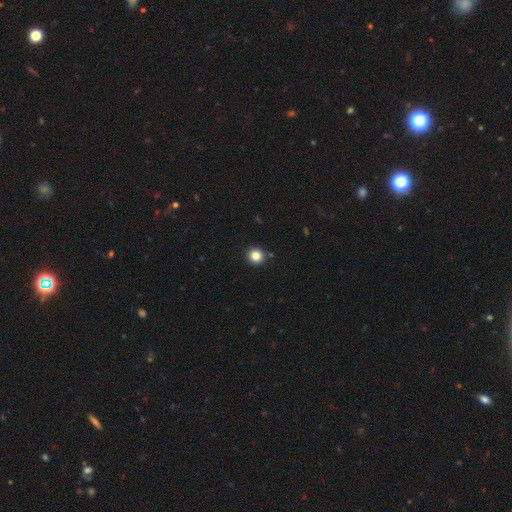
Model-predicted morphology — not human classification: A smooth galaxy with no disk features (83%) that is round (93%). Merging: none (91%).